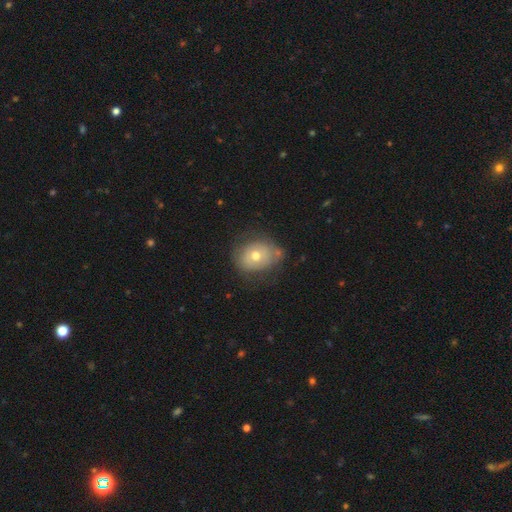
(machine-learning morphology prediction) smooth 59%, featured or disk 33%, star or artifact 8%. Down the decision tree: how rounded — in between (51%); merging — none (60%).